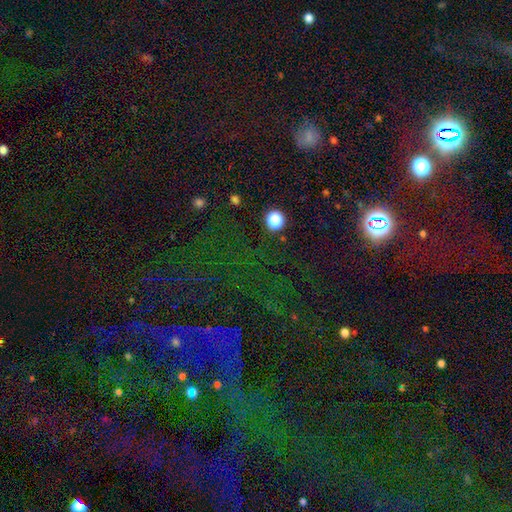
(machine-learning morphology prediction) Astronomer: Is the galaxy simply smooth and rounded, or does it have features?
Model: star or artifact — 72%.